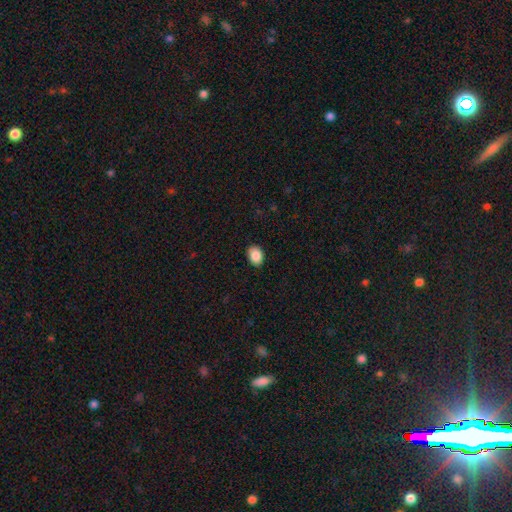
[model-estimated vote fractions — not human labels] smooth-or-featured: smooth: 89% | star or artifact: 7% | featured or disk: 4%
  how-rounded: in between: 76% | round: 23% | cigar-shaped: 1%
  merging: none: 87% | minor disturbance: 10% | major disturbance: 2% | merger: 1%